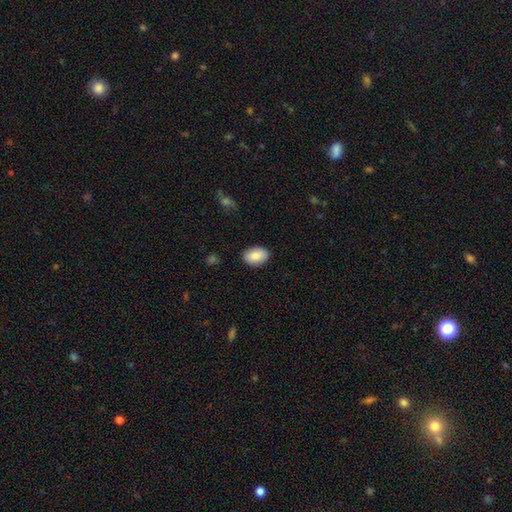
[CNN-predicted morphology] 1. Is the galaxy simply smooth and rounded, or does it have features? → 86% smooth, 7% featured or disk, 7% star or artifact.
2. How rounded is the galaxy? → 85% in between, 14% round, 1% cigar-shaped.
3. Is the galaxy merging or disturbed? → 88% none, 9% minor disturbance, 2% major disturbance, 1% merger.